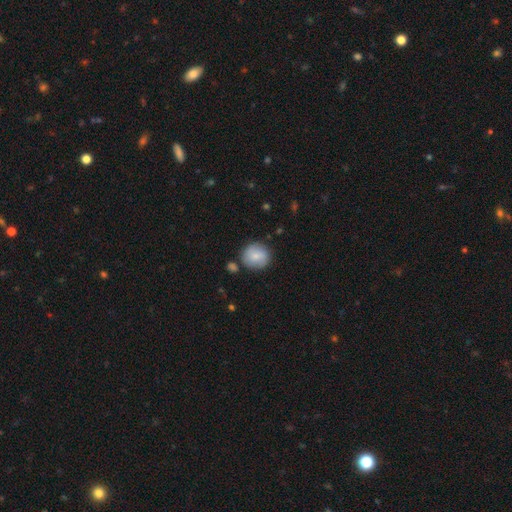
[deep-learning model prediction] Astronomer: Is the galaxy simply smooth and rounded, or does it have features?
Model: smooth — 80%.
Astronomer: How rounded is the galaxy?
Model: round — 89%.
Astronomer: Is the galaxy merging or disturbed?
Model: none — 81%.